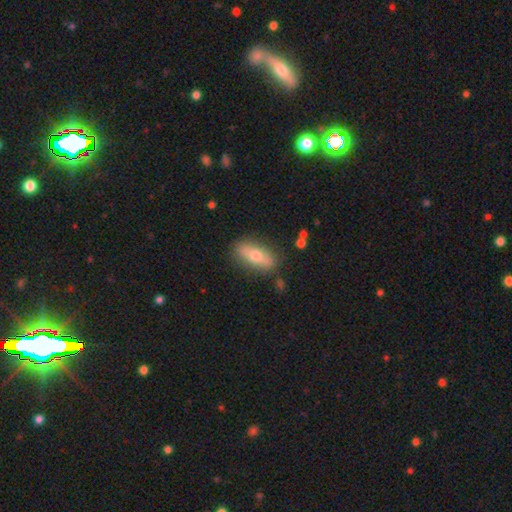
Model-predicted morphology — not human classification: Smooth or featured?
  - smooth: 57% *
  - featured or disk: 36%
  - star or artifact: 7%
How rounded?
  - in between: 71% *
  - cigar-shaped: 24%
  - round: 5%
Merging?
  - none: 84% *
  - minor disturbance: 11%
  - major disturbance: 3%
  - merger: 2%